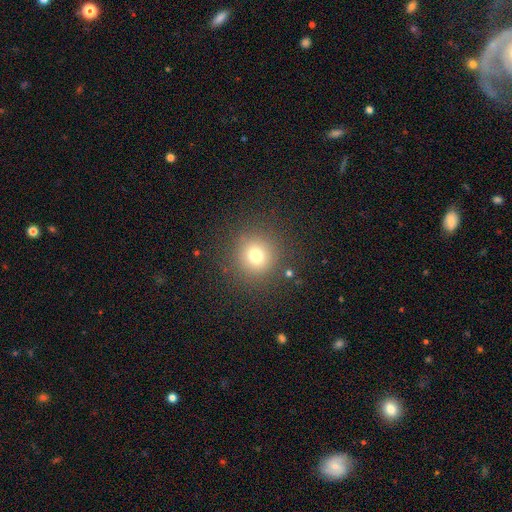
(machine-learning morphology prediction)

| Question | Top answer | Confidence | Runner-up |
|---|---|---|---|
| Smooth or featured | smooth | 73% | star or artifact (17%) |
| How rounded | round | 93% | in between (6%) |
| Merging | none | 87% | minor disturbance (8%) |